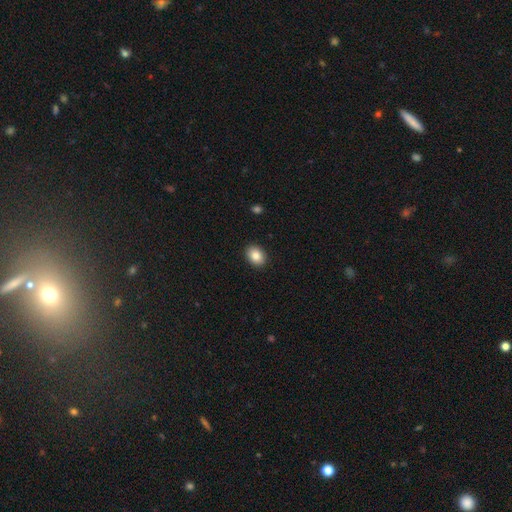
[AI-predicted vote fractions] A smooth galaxy with no disk features (86%) that is in between round and cigar-shaped (72%). Merging: none (90%).